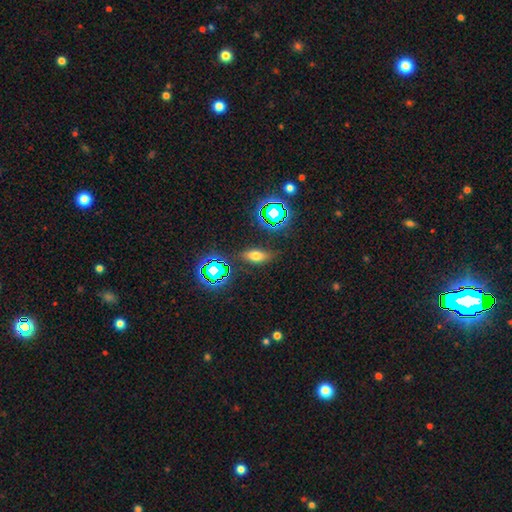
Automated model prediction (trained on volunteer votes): Smooth or featured? Predicted: smooth (p=0.60). How rounded? Predicted: in between (p=0.75). Merging? Predicted: none (p=0.83).